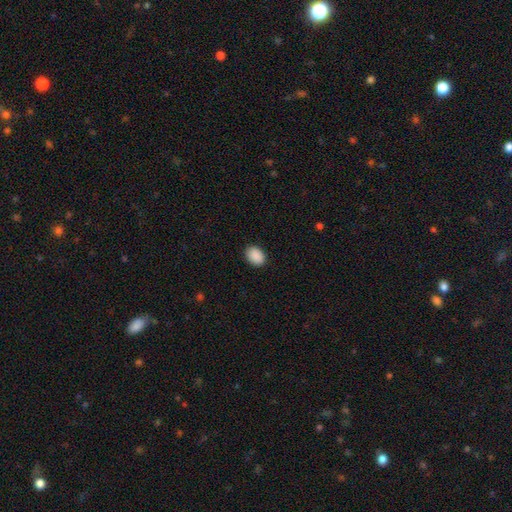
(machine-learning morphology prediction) Smooth or featured? Predicted: smooth (p=0.91). How rounded? Predicted: in between (p=0.71). Merging? Predicted: none (p=0.89).